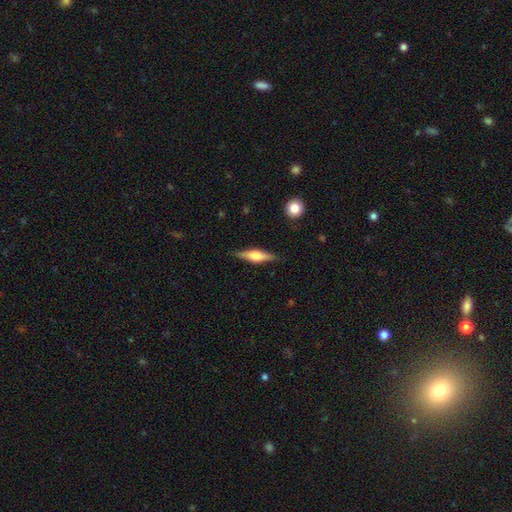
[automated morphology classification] A featured or disk galaxy (58%) viewed edge-on (96%) with a rounded central bulge (80%). Merging: none (86%).